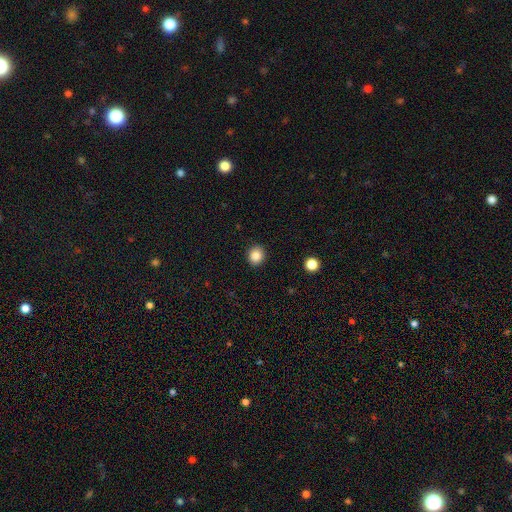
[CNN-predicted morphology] This is clearly a smooth galaxy (86%). How rounded: clearly round (82%). Merging: clearly none (91%).